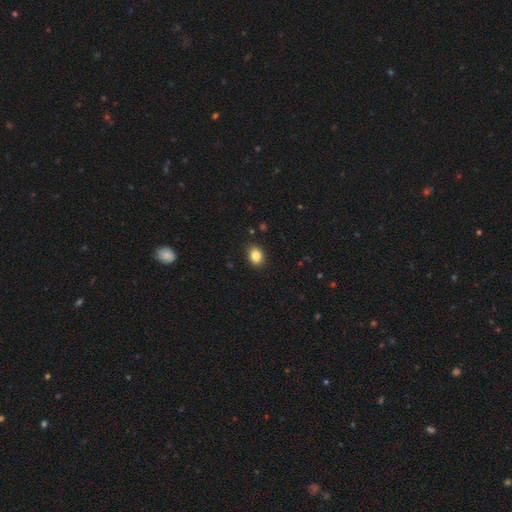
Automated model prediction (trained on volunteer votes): Morphology: type=smooth (85%); roundness=in between (60%); merging=none (89%).